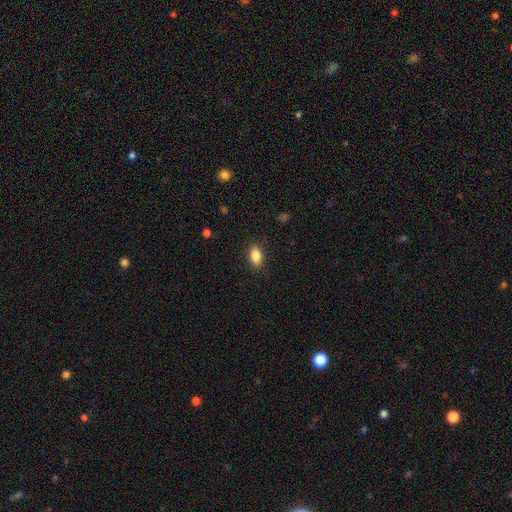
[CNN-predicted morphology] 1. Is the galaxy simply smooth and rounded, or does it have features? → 85% smooth, 8% star or artifact, 7% featured or disk.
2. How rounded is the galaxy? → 89% in between, 6% round, 6% cigar-shaped.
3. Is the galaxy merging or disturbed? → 88% none, 9% minor disturbance, 2% major disturbance, 1% merger.